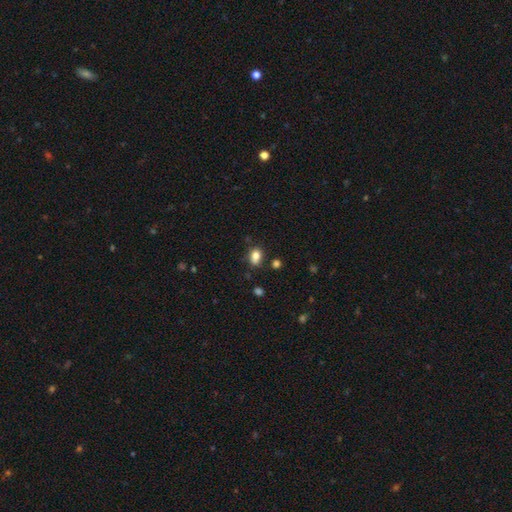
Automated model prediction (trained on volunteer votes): Smooth or featured?
  - smooth: 81% *
  - star or artifact: 11%
  - featured or disk: 8%
How rounded?
  - in between: 66% *
  - round: 32%
  - cigar-shaped: 2%
Merging?
  - none: 67% *
  - minor disturbance: 21%
  - merger: 7%
  - major disturbance: 5%